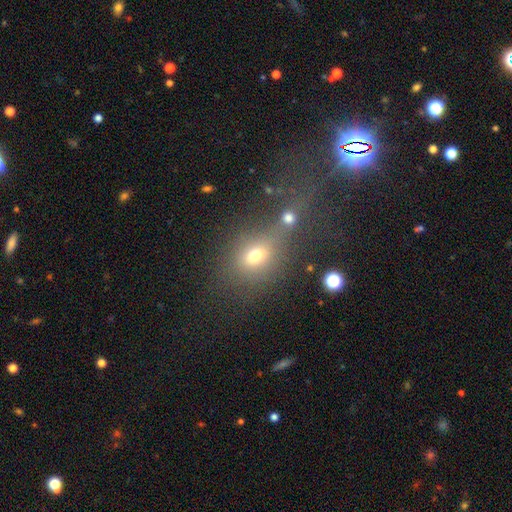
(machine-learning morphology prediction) The model was most divided on "merging": none: 44%, merger: 38%, minor disturbance: 10%, major disturbance: 9%. More confident: smooth or featured — smooth (68%); how rounded — round (55%).